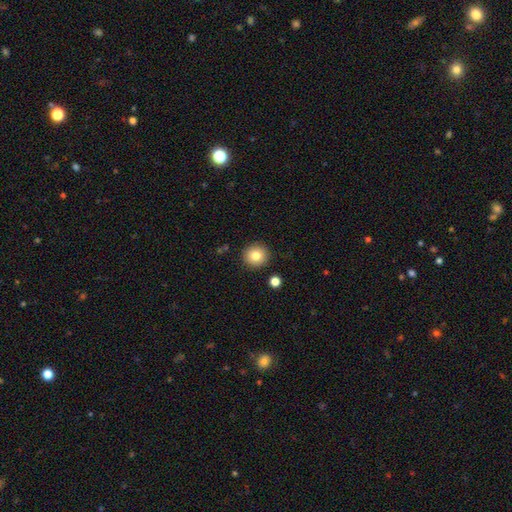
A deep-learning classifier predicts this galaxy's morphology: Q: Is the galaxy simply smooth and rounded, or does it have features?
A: smooth — 82%.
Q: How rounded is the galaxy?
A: round — 93%.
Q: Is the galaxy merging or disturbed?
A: none — 90%.